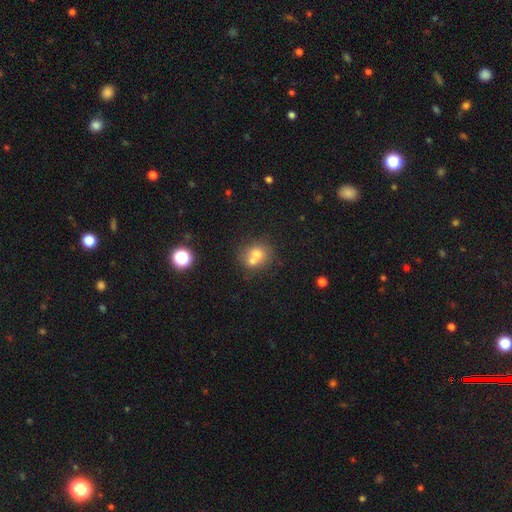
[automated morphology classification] Smooth or featured?
  - smooth: 67% *
  - featured or disk: 21%
  - star or artifact: 12%
How rounded?
  - round: 73% *
  - in between: 26%
  - cigar-shaped: 1%
Merging?
  - merger: 54% *
  - none: 34%
  - minor disturbance: 8%
  - major disturbance: 3%